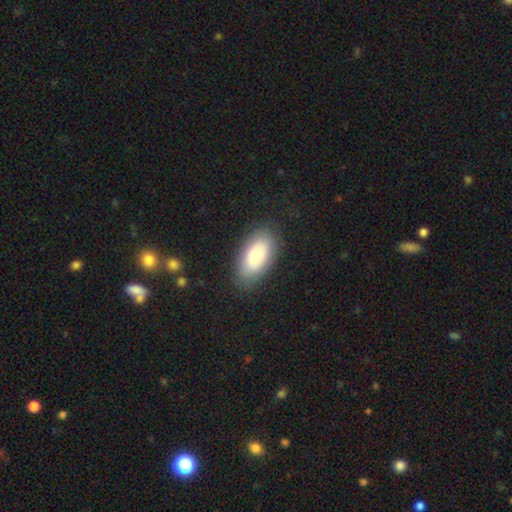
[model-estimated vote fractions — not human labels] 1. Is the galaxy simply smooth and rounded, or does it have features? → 77% smooth, 17% featured or disk, 7% star or artifact.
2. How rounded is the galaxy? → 93% in between, 4% cigar-shaped, 3% round.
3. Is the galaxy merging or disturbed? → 82% none, 13% minor disturbance, 4% major disturbance, 1% merger.